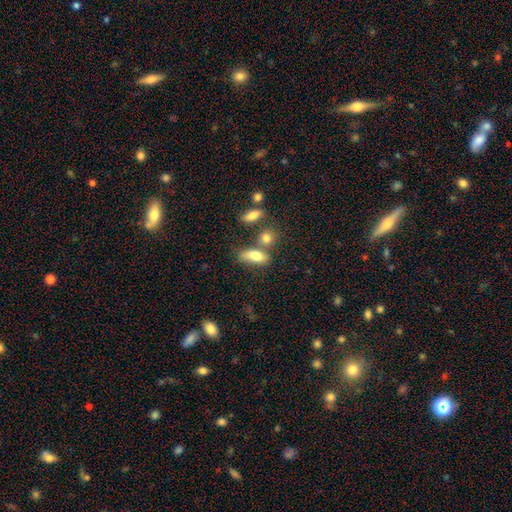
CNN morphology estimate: Smooth or featured?
  - smooth: 77% *
  - featured or disk: 14%
  - star or artifact: 8%
How rounded?
  - in between: 73% *
  - cigar-shaped: 21%
  - round: 7%
Merging?
  - none: 49% *
  - merger: 29%
  - minor disturbance: 15%
  - major disturbance: 7%